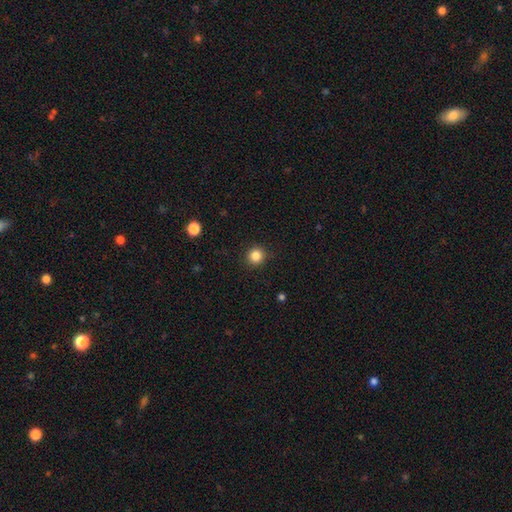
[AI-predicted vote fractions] The model was most divided on "smooth or featured": smooth: 84%, star or artifact: 12%, featured or disk: 4%. More confident: how rounded — round (95%); merging — none (91%).